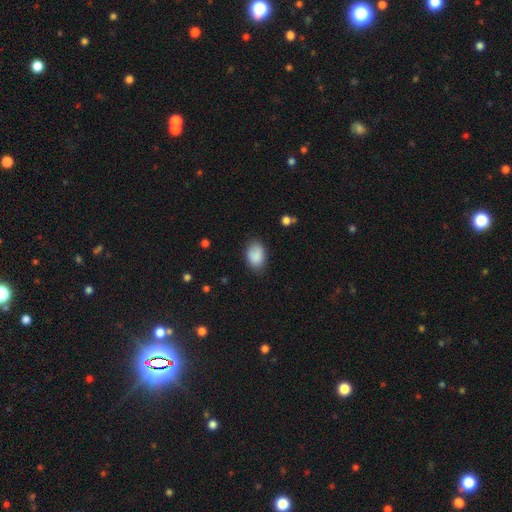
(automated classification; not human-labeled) smooth_or_featured: smooth (p=0.87) [alt: star or artifact p=0.07]
how_rounded: in between (p=0.85) [alt: round p=0.14]
merging: none (p=0.76) [alt: minor disturbance p=0.19]